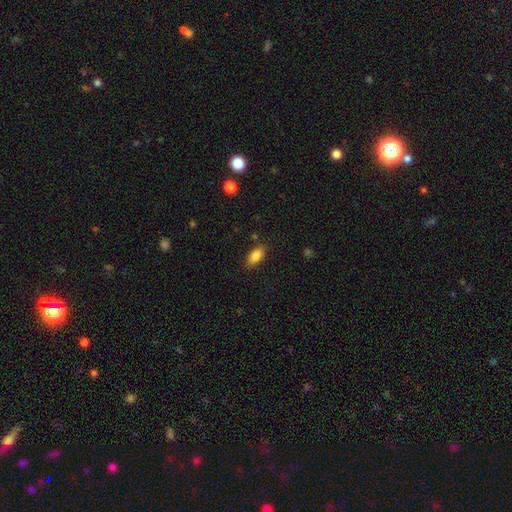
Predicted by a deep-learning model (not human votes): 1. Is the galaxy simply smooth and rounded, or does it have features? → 84% smooth, 8% featured or disk, 7% star or artifact.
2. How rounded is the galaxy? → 88% in between, 9% cigar-shaped, 3% round.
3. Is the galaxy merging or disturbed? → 84% none, 12% minor disturbance, 3% major disturbance, 2% merger.